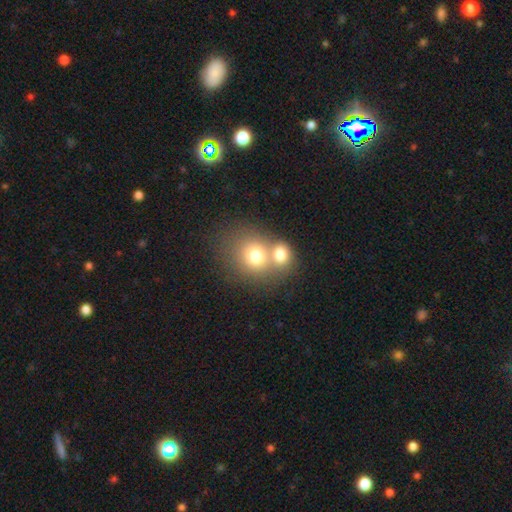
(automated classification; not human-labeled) Q: Smooth or featured?
A: smooth (72%); runner-up: featured or disk (16%)
Q: How rounded?
A: round (70%); runner-up: in between (29%)
Q: Merging?
A: merger (58%); runner-up: none (31%)